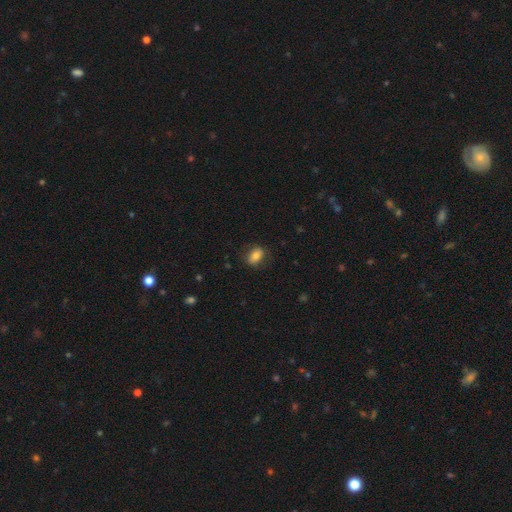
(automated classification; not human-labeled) A smooth galaxy with no disk features (78%) that is in between round and cigar-shaped (79%).

Vote fractions:
- Smooth or featured? smooth: 78% / featured or disk: 14% / star or artifact: 9%
- How rounded? in between: 79% / round: 19% / cigar-shaped: 2%
- Merging? none: 79% / minor disturbance: 15% / major disturbance: 5% / merger: 1%